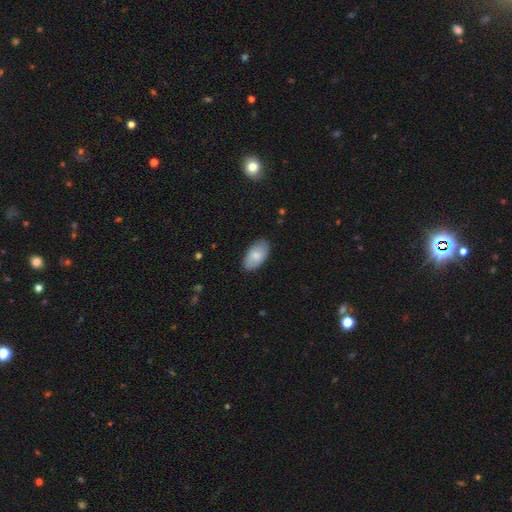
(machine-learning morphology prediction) This appears to be a smooth galaxy with no disk features (82%) that is in between round and cigar-shaped (95%). Merging: none (85%).